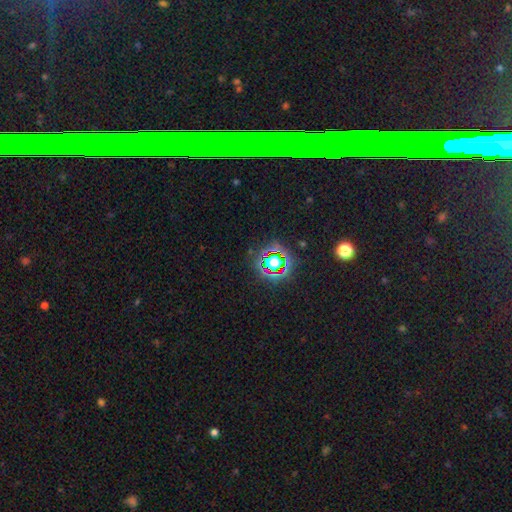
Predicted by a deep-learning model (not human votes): smooth-or-featured: star or artifact: 77% | smooth: 12% | featured or disk: 11%